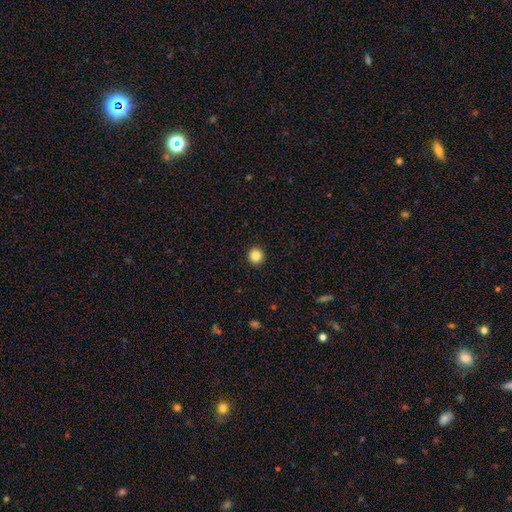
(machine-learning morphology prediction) The model was most divided on "smooth or featured": smooth: 85%, star or artifact: 10%, featured or disk: 4%. More confident: how rounded — round (94%); merging — none (94%).